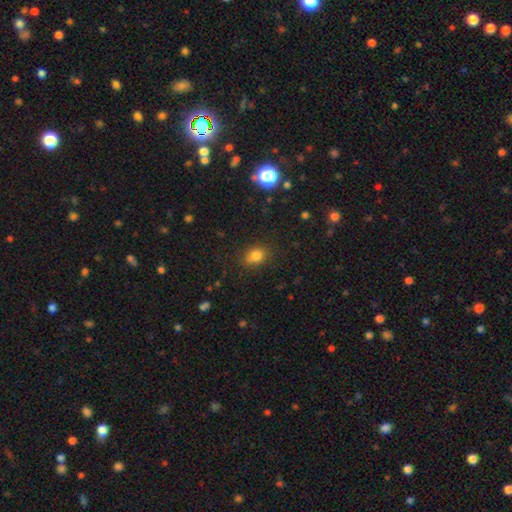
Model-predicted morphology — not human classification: smooth_or_featured: smooth (p=0.80) [alt: star or artifact p=0.14]
how_rounded: in between (p=0.58) [alt: round p=0.41]
merging: none (p=0.79) [alt: minor disturbance p=0.15]